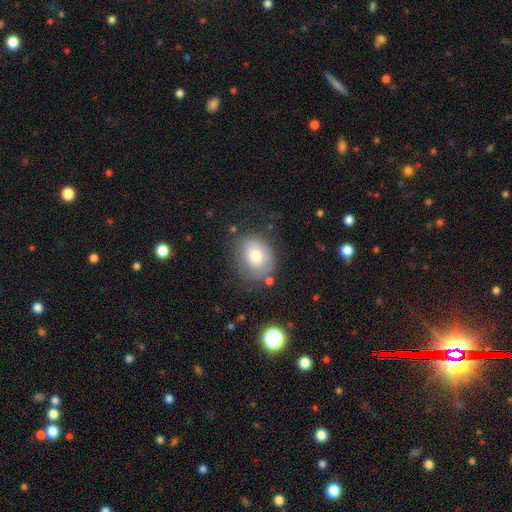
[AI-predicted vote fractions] smooth 72%, featured or disk 19%, star or artifact 9%. Down the decision tree: how rounded — round (52%); merging — none (62%).